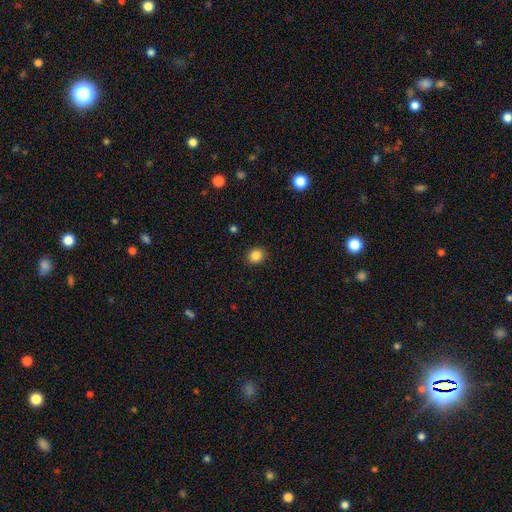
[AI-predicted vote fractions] A smooth galaxy with no disk features (86%) that is round (70%).

Vote fractions:
- Smooth or featured? smooth: 86% / star or artifact: 10% / featured or disk: 4%
- How rounded? round: 70% / in between: 29% / cigar-shaped: 1%
- Merging? none: 89% / minor disturbance: 7% / major disturbance: 2% / merger: 1%